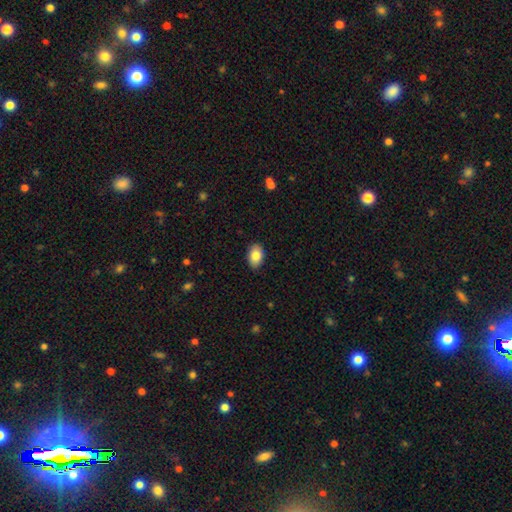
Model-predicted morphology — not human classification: Q: Smooth or featured?
A: smooth (84%); runner-up: featured or disk (8%)
Q: How rounded?
A: in between (89%); runner-up: round (10%)
Q: Merging?
A: none (89%); runner-up: minor disturbance (8%)